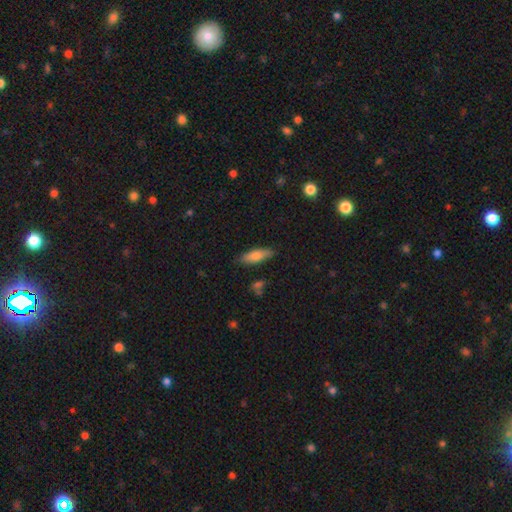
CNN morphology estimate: A smooth galaxy with no disk features (74%) that is in between round and cigar-shaped (53%).

Vote fractions:
- Smooth or featured? smooth: 74% / featured or disk: 20% / star or artifact: 6%
- How rounded? in between: 53% / cigar-shaped: 45% / round: 2%
- Merging? none: 83% / minor disturbance: 12% / major disturbance: 2% / merger: 2%